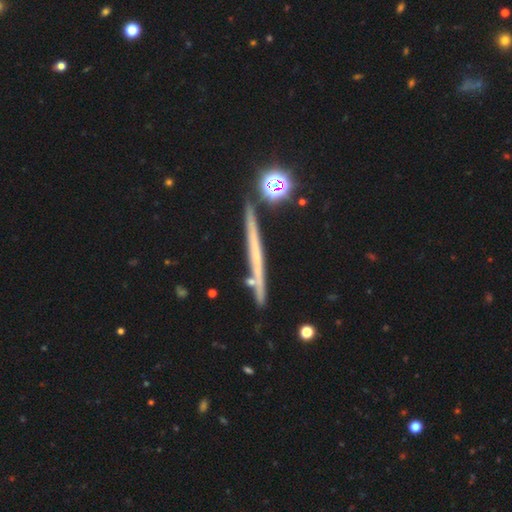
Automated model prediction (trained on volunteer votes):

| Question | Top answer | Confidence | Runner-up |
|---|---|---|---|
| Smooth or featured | featured or disk | 60% | smooth (30%) |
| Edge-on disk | yes | 96% | no (4%) |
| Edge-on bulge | none | 87% | rounded (9%) |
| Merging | none | 83% | minor disturbance (10%) |